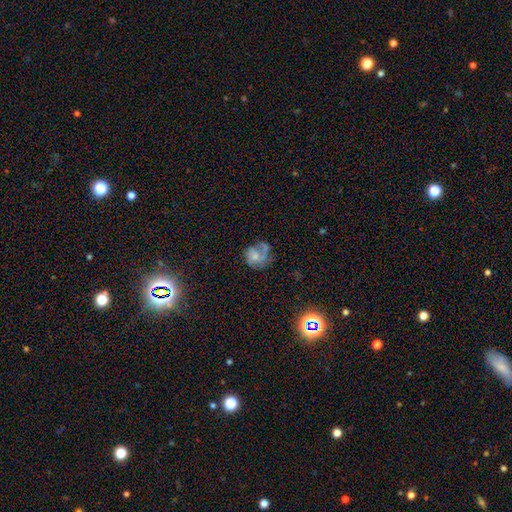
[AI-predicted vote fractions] smooth-or-featured: featured or disk: 49% | smooth: 40% | star or artifact: 11%
  merging: none: 38% | major disturbance: 31% | minor disturbance: 26% | merger: 6%